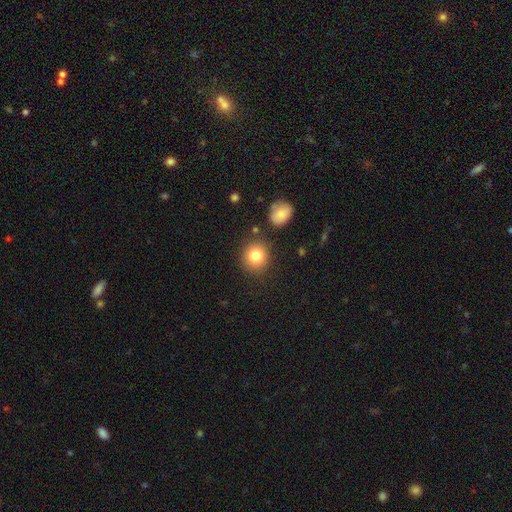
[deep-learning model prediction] Morphology: type=smooth (82%); roundness=round (84%); merging=none (82%).